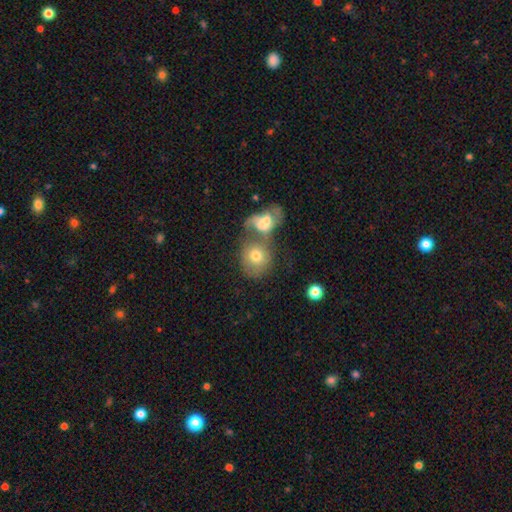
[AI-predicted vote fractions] Morphology: type=smooth (64%); roundness=round (62%); merging=merger (57%).